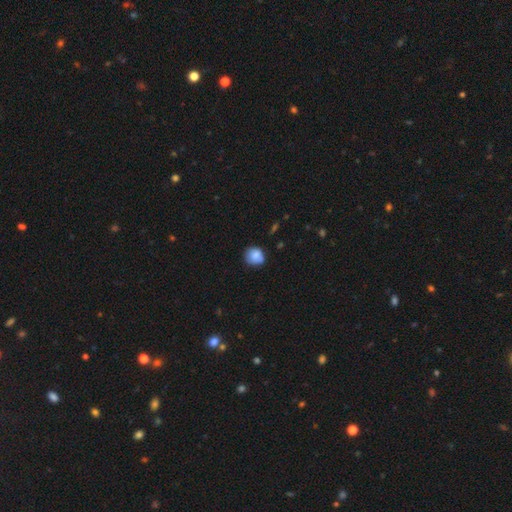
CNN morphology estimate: Smooth or featured?
  - smooth: 83% *
  - featured or disk: 9%
  - star or artifact: 8%
How rounded?
  - round: 82% *
  - in between: 17%
  - cigar-shaped: 1%
Merging?
  - none: 70% *
  - minor disturbance: 24%
  - major disturbance: 4%
  - merger: 2%